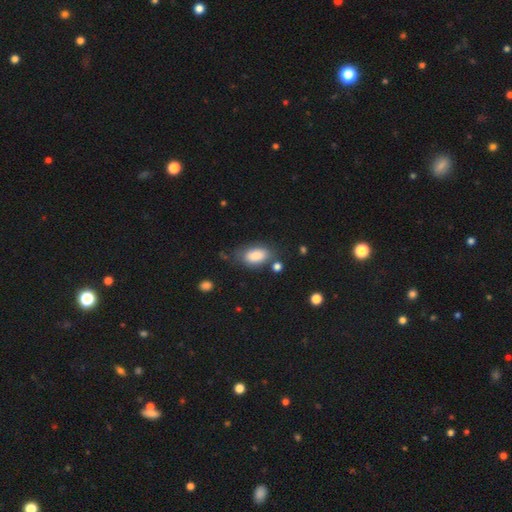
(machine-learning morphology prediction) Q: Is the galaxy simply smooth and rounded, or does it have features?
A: smooth — 85%.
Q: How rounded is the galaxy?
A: in between — 91%.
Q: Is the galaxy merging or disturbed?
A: none — 63%.